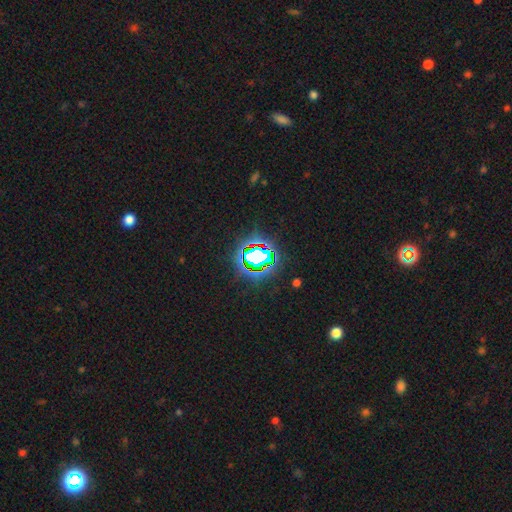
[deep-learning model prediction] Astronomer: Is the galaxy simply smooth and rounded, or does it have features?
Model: star or artifact — 81%.